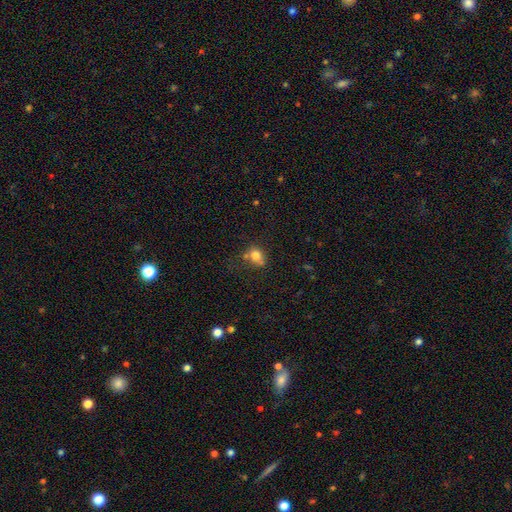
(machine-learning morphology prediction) A smooth galaxy with no disk features (77%) that is round (51%).

Vote fractions:
- Smooth or featured? smooth: 77% / star or artifact: 12% / featured or disk: 11%
- How rounded? round: 51% / in between: 47% / cigar-shaped: 1%
- Merging? none: 53% / merger: 21% / minor disturbance: 20% / major disturbance: 7%